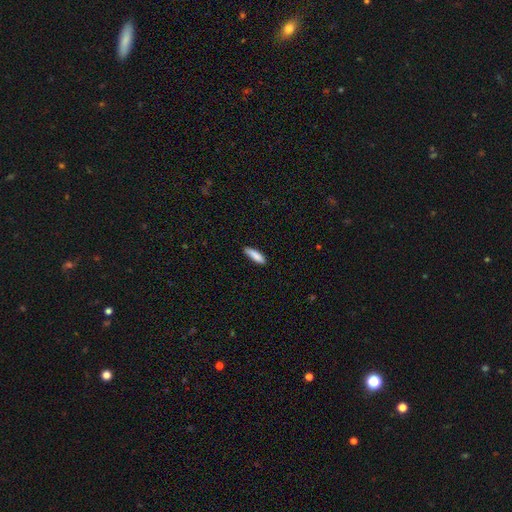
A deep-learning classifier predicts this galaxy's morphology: The model was most divided on "how rounded": cigar-shaped: 63%, in between: 36%, round: 1%. More confident: smooth or featured — smooth (86%); merging — none (78%).